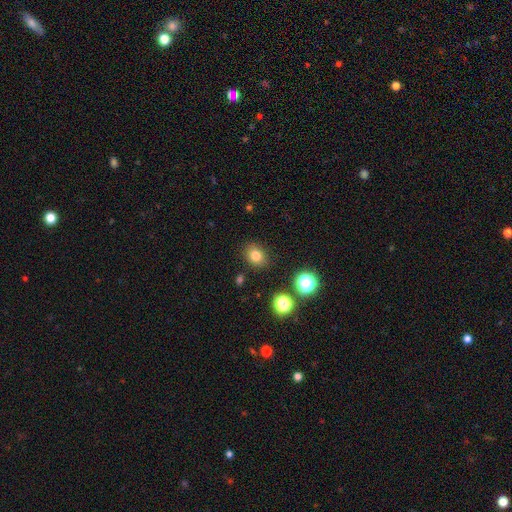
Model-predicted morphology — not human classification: smooth 79%, star or artifact 14%, featured or disk 7%. Down the decision tree: how rounded — round (55%); merging — none (86%).